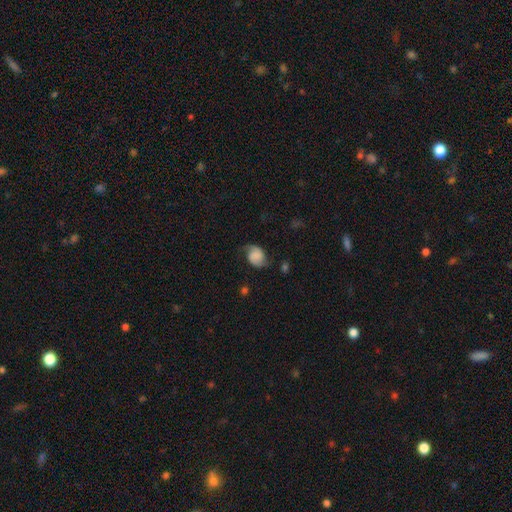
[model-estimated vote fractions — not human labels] Q: Smooth or featured?
A: featured or disk (59%); runner-up: smooth (32%)
Q: Edge-on disk?
A: no (98%); runner-up: yes (2%)
Q: Bar?
A: no (61%); runner-up: weak (30%)
Q: Spiral arms?
A: yes (93%); runner-up: no (7%)
Q: Spiral winding?
A: loose (43%); runner-up: medium (39%)
Q: Spiral arm count?
A: 2 (89%); runner-up: 1 (4%)
Q: Bulge size?
A: none (52%); runner-up: small (15%)
Q: Merging?
A: none (64%); runner-up: minor disturbance (23%)